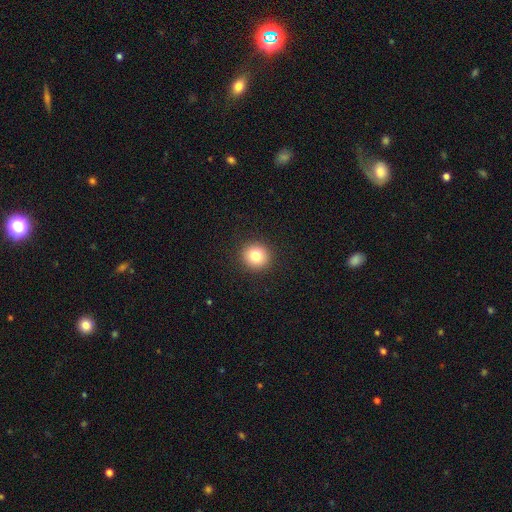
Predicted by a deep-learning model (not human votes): A smooth galaxy with no disk features (81%) that is round (91%). Merging: none (92%).